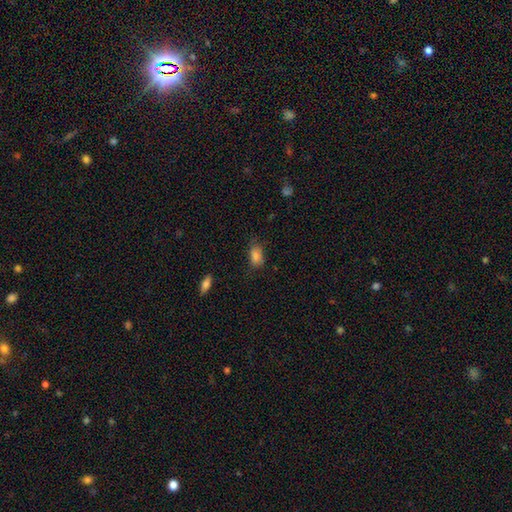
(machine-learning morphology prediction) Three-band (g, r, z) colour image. It shows a smooth galaxy with no disk features (84%) that is in between round and cigar-shaped (87%). Merging: none (67%).